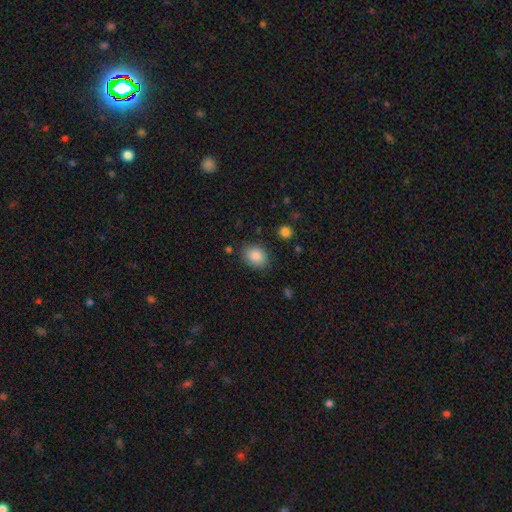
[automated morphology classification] The model was most divided on "how rounded": round: 53%, in between: 46%, cigar-shaped: 1%. More confident: smooth or featured — smooth (85%); merging — none (83%).